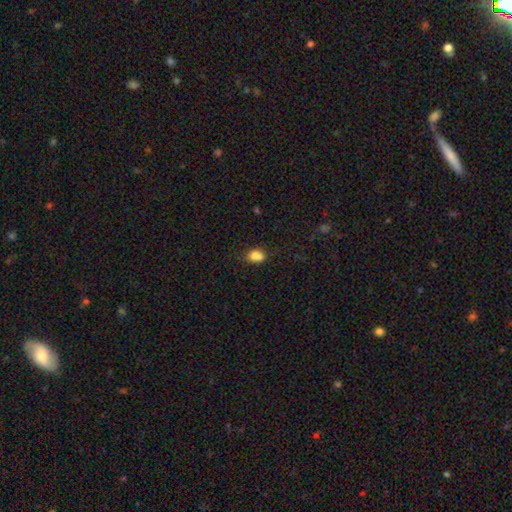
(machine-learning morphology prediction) smooth 82%, star or artifact 12%, featured or disk 6%. Down the decision tree: how rounded — in between (75%); merging — none (59%).